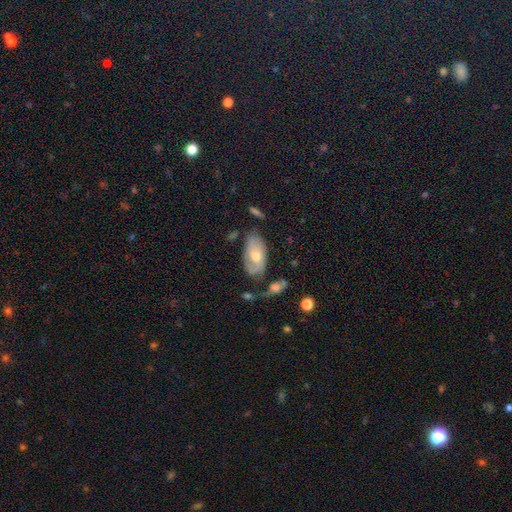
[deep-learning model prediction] A featured or disk galaxy (51%). Merging: none (50%).